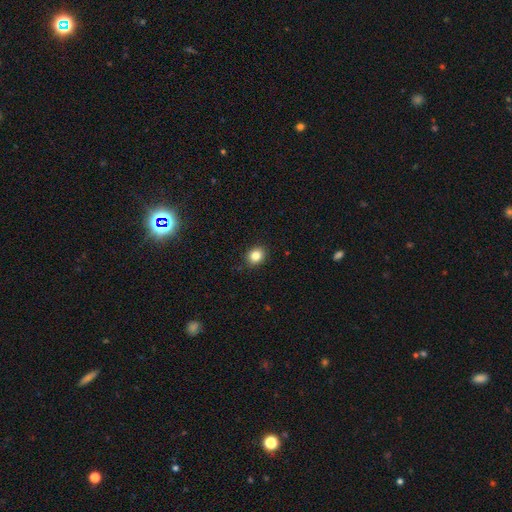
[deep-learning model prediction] Q: Smooth or featured?
A: smooth (84%); runner-up: star or artifact (10%)
Q: How rounded?
A: round (64%); runner-up: in between (35%)
Q: Merging?
A: none (90%); runner-up: minor disturbance (7%)